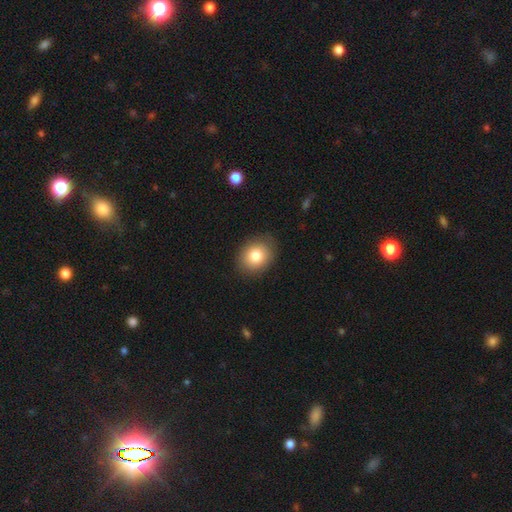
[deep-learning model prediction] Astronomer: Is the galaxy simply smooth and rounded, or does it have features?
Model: smooth — 81%.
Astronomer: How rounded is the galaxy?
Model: round — 52% (runner-up: in between, 47%).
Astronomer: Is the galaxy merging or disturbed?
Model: none — 85%.